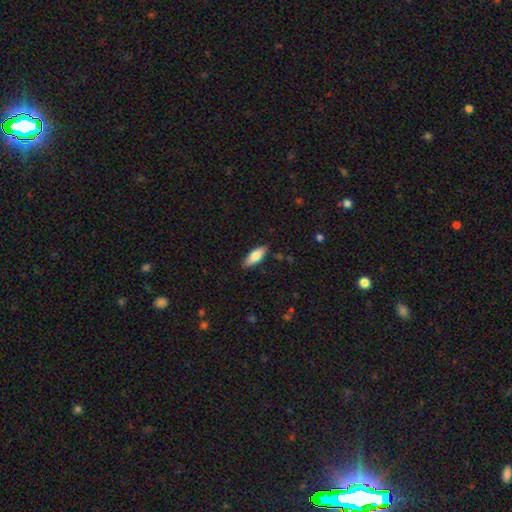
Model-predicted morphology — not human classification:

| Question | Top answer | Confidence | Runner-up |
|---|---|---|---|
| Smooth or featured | smooth | 77% | featured or disk (17%) |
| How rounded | in between | 65% | cigar-shaped (33%) |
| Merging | none | 86% | minor disturbance (10%) |